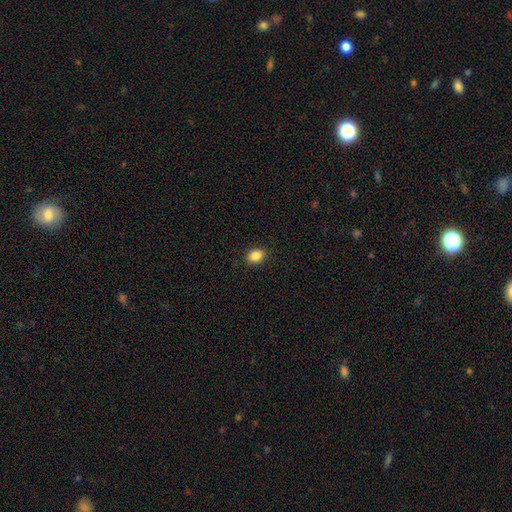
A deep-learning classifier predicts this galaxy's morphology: smooth 87%, star or artifact 9%, featured or disk 4%. Down the decision tree: how rounded — in between (70%); merging — none (90%).